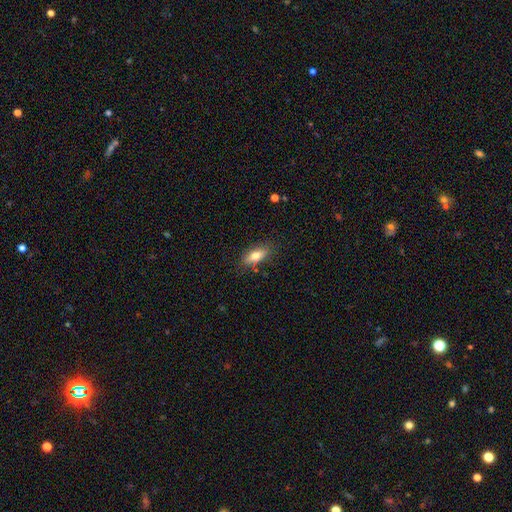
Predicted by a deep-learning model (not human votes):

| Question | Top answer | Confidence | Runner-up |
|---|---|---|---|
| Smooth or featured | smooth | 72% | featured or disk (21%) |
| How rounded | in between | 74% | cigar-shaped (22%) |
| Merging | none | 81% | minor disturbance (14%) |